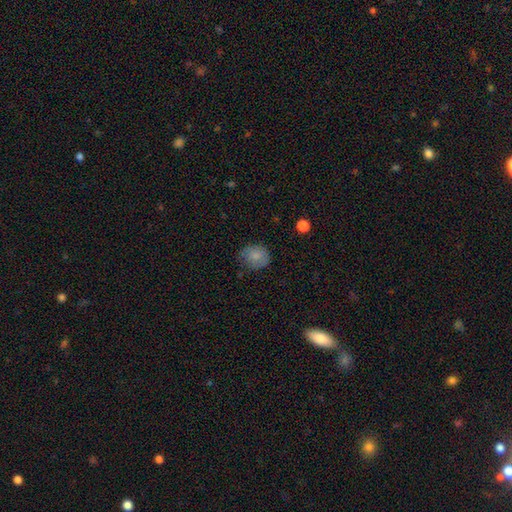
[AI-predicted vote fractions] smooth-or-featured: smooth: 80% | featured or disk: 11% | star or artifact: 9%
  how-rounded: round: 63% | in between: 36% | cigar-shaped: 1%
  merging: none: 67% | minor disturbance: 26% | major disturbance: 6% | merger: 1%